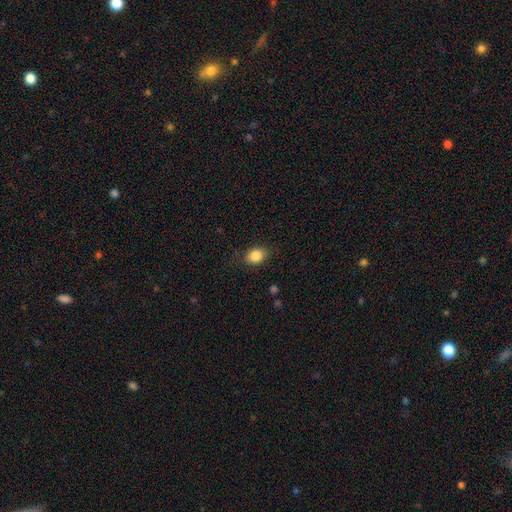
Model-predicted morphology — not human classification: Q: Smooth or featured?
A: smooth (85%); runner-up: star or artifact (9%)
Q: How rounded?
A: in between (62%); runner-up: round (37%)
Q: Merging?
A: none (81%); runner-up: minor disturbance (14%)